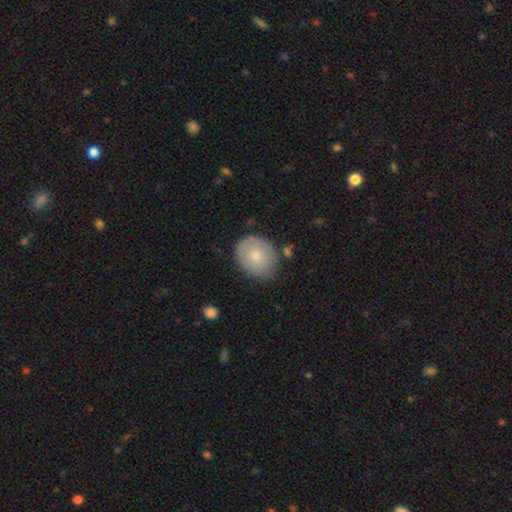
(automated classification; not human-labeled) Smooth or featured: smooth — 72% (featured or disk — 22%)
How rounded: round — 61% (in between — 38%)
Merging: none — 73% (minor disturbance — 20%)